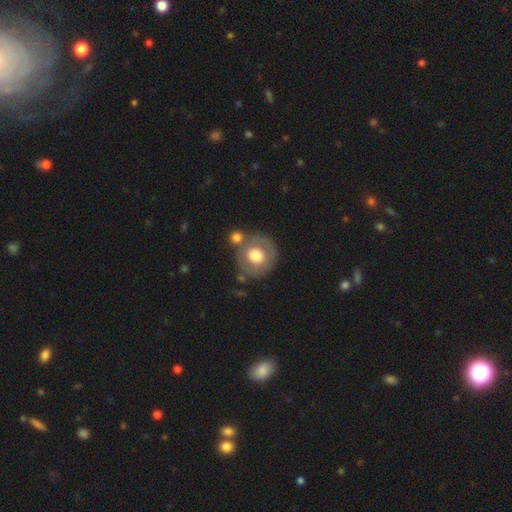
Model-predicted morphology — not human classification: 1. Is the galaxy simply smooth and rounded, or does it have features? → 52% smooth, 42% featured or disk, 6% star or artifact.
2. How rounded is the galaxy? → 90% round, 9% in between, 1% cigar-shaped.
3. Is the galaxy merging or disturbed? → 59% none, 20% merger, 14% minor disturbance, 7% major disturbance.